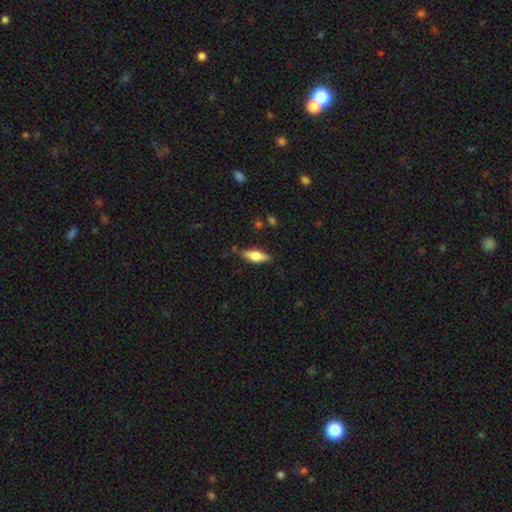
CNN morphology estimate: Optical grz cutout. It shows a smooth galaxy with no disk features (57%) that is in between round and cigar-shaped (57%). Merging: none (81%).